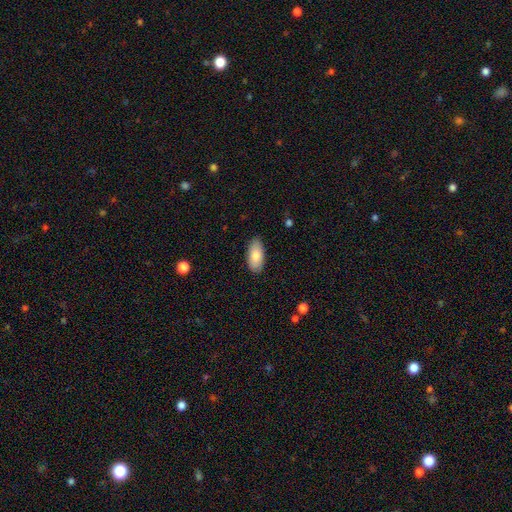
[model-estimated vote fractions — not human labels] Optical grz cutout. It shows a smooth galaxy with no disk features (82%) that is in between round and cigar-shaped (92%). Merging: none (86%).